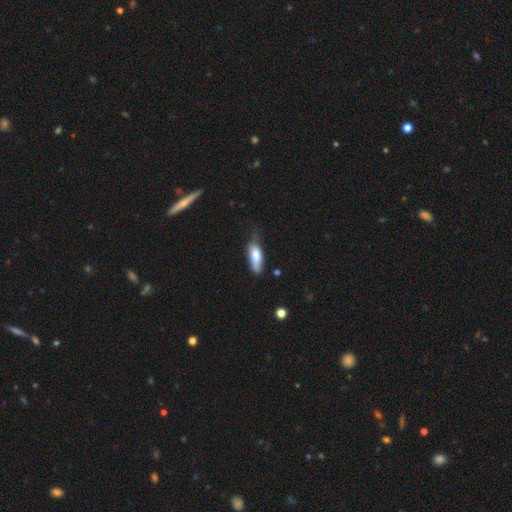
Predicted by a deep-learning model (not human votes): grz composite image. It shows a smooth galaxy with no disk features (76%) that is in between round and cigar-shaped (63%). Merging: none (42%).